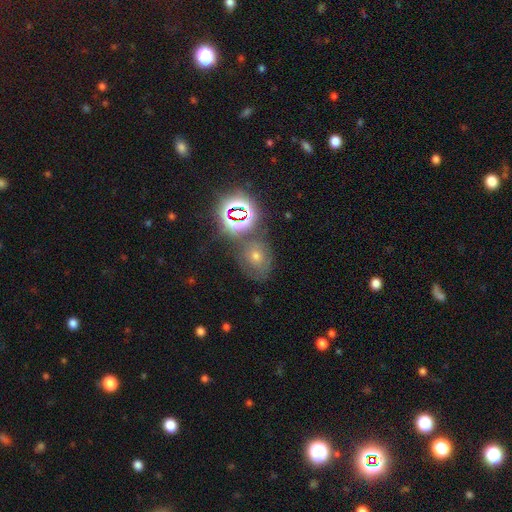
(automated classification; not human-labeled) Morphology: type=star or artifact (42%).